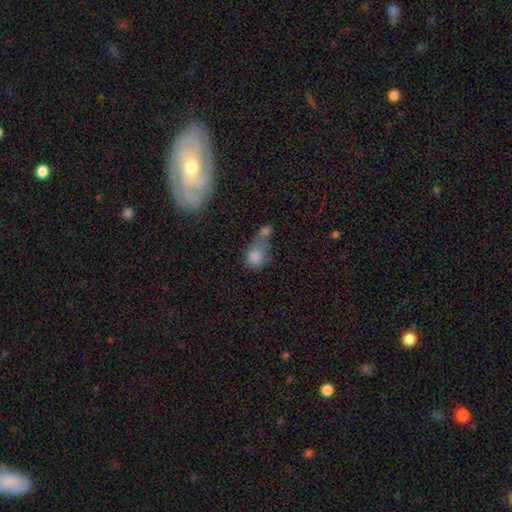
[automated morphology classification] This appears to be a smooth galaxy with no disk features (79%) that is in between round and cigar-shaped (49%). Merging: merger (52%).